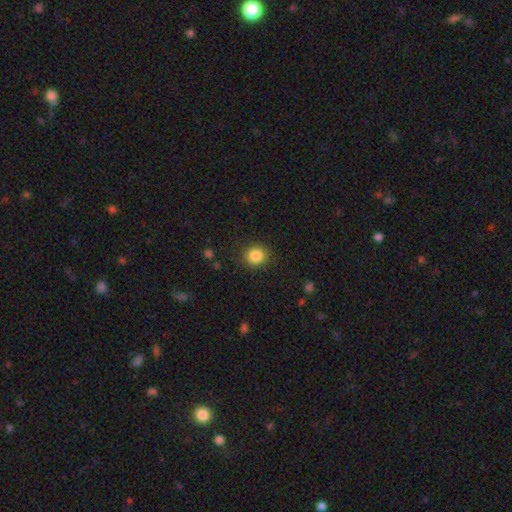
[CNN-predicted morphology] Q: Smooth or featured?
A: smooth (85%); runner-up: star or artifact (10%)
Q: How rounded?
A: round (84%); runner-up: in between (15%)
Q: Merging?
A: none (87%); runner-up: minor disturbance (9%)